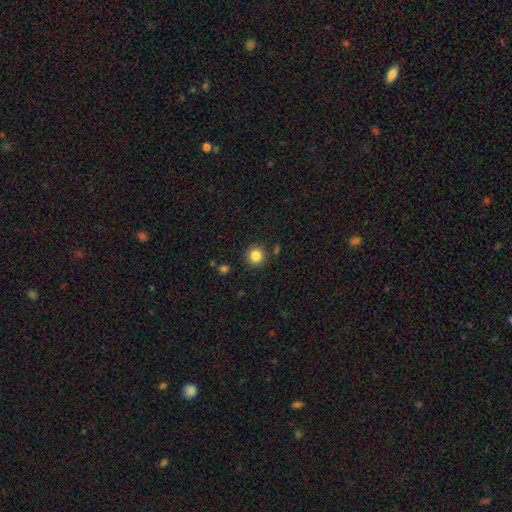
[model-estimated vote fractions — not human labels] A smooth galaxy with no disk features (85%) that is round (94%).

Vote fractions:
- Smooth or featured? smooth: 85% / star or artifact: 10% / featured or disk: 5%
- How rounded? round: 94% / in between: 6% / cigar-shaped: 1%
- Merging? none: 88% / minor disturbance: 7% / merger: 3% / major disturbance: 2%